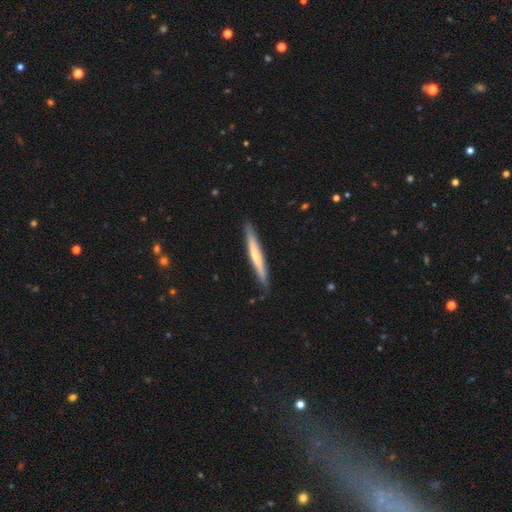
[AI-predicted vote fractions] Smooth or featured: smooth — 51% (featured or disk — 44%)
How rounded: cigar-shaped — 96% (in between — 3%)
Merging: none — 86% (minor disturbance — 11%)